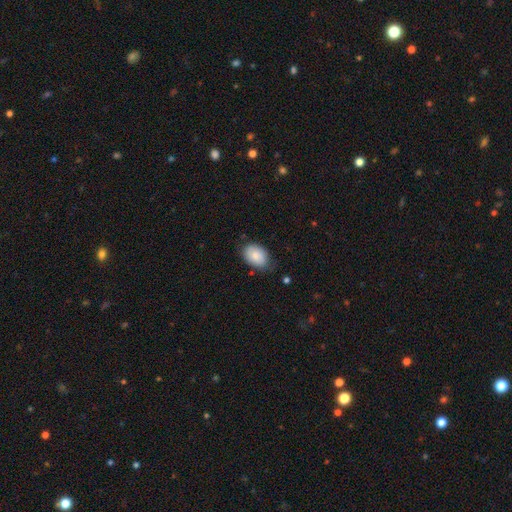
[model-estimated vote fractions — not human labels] Smooth or featured?
  - smooth: 83% *
  - featured or disk: 11%
  - star or artifact: 6%
How rounded?
  - in between: 85% *
  - round: 14%
  - cigar-shaped: 1%
Merging?
  - none: 70% *
  - minor disturbance: 24%
  - major disturbance: 4%
  - merger: 2%